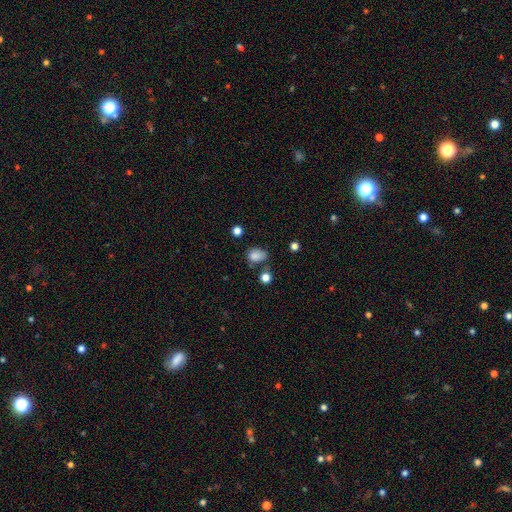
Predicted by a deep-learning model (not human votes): Smooth or featured: smooth — 81% (star or artifact — 12%)
How rounded: in between — 67% (round — 32%)
Merging: none — 46% (minor disturbance — 32%)